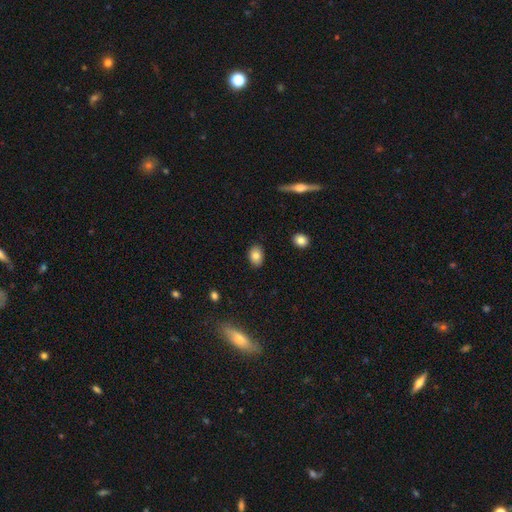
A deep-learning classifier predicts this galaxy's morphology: Q: Smooth or featured?
A: smooth (83%); runner-up: star or artifact (9%)
Q: How rounded?
A: in between (76%); runner-up: round (23%)
Q: Merging?
A: none (87%); runner-up: minor disturbance (10%)